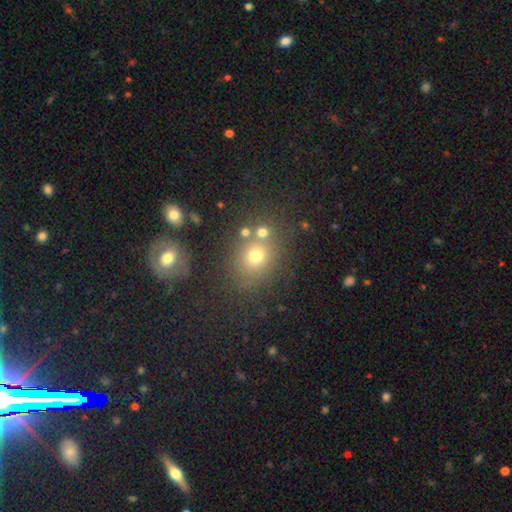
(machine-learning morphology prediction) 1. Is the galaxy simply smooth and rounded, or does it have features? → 69% smooth, 19% star or artifact, 12% featured or disk.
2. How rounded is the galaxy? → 65% round, 34% in between, 1% cigar-shaped.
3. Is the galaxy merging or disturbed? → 67% none, 15% merger, 12% minor disturbance, 5% major disturbance.